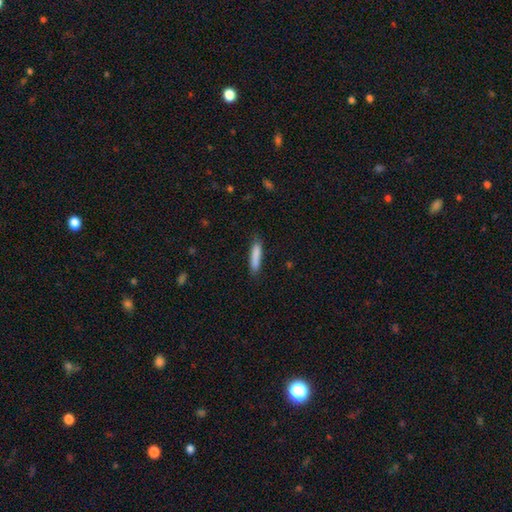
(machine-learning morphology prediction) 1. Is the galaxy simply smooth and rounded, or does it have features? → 84% smooth, 9% featured or disk, 6% star or artifact.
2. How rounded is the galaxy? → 84% cigar-shaped, 14% in between, 1% round.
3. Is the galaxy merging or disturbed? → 80% none, 16% minor disturbance, 3% major disturbance, 1% merger.